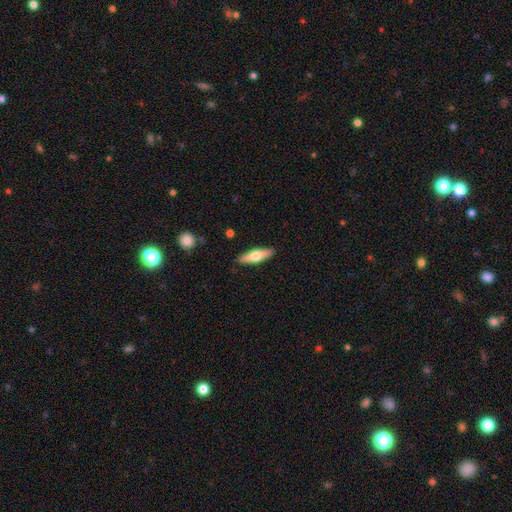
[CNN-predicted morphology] Smooth or featured: smooth — 53% (featured or disk — 42%)
How rounded: cigar-shaped — 56% (in between — 41%)
Merging: none — 89% (minor disturbance — 8%)